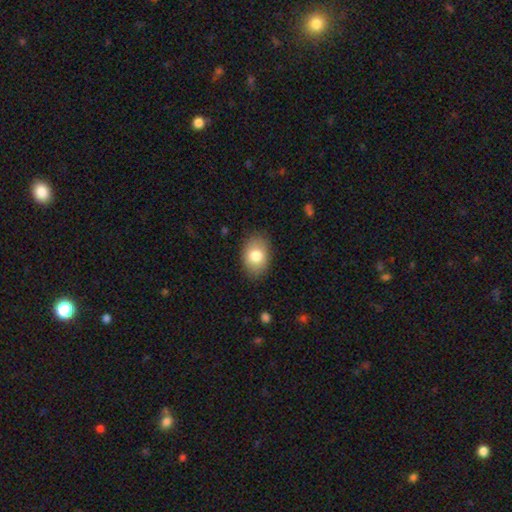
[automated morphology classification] A smooth galaxy with no disk features (81%) that is in between round and cigar-shaped (81%).

Vote fractions:
- Smooth or featured? smooth: 81% / featured or disk: 12% / star or artifact: 7%
- How rounded? in between: 81% / round: 18% / cigar-shaped: 1%
- Merging? none: 84% / minor disturbance: 12% / major disturbance: 3% / merger: 1%